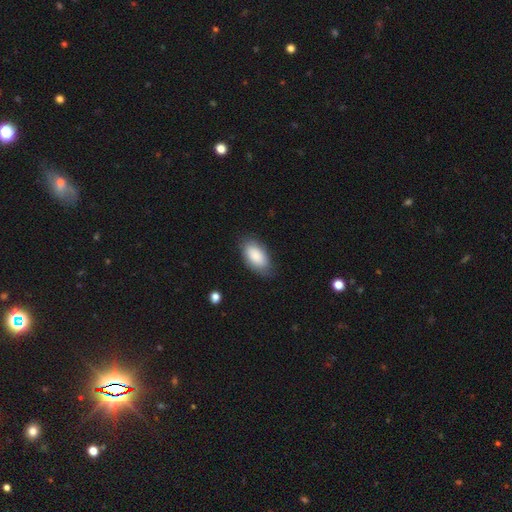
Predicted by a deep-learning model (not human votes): smooth 85%, featured or disk 9%, star or artifact 6%. Down the decision tree: how rounded — in between (94%); merging — none (79%).